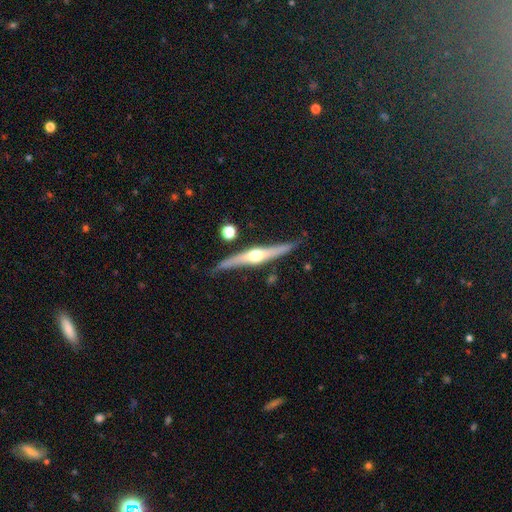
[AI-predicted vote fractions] Smooth or featured? featured or disk (76%)
Edge-on disk? yes (97%)
Edge-on bulge? rounded (94%)
Merging? none (84%)